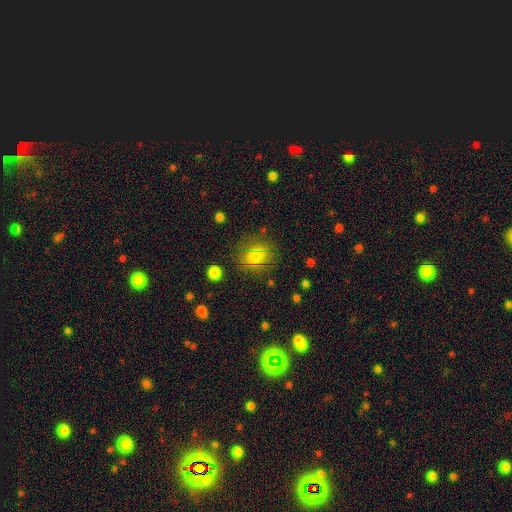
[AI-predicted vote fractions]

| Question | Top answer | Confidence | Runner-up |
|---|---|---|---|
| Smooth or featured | smooth | 76% | star or artifact (13%) |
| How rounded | round | 64% | in between (35%) |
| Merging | none | 78% | minor disturbance (14%) |